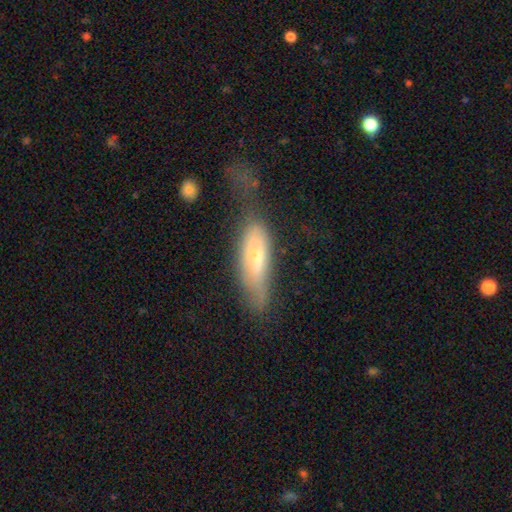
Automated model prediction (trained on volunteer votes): A smooth galaxy with no disk features (53%) that is in between round and cigar-shaped (51%).

Vote fractions:
- Smooth or featured? smooth: 53% / featured or disk: 39% / star or artifact: 7%
- How rounded? in between: 51% / cigar-shaped: 47% / round: 2%
- Merging? none: 33% / major disturbance: 32% / minor disturbance: 30% / merger: 6%